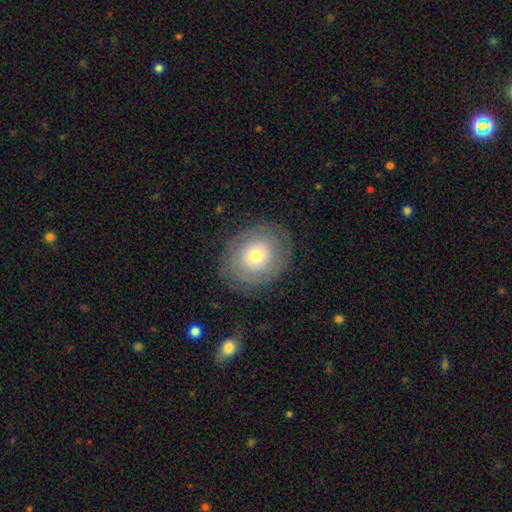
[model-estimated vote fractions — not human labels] This is possibly a smooth galaxy (51%). How rounded: likely round (61%). Merging: clearly none (81%).